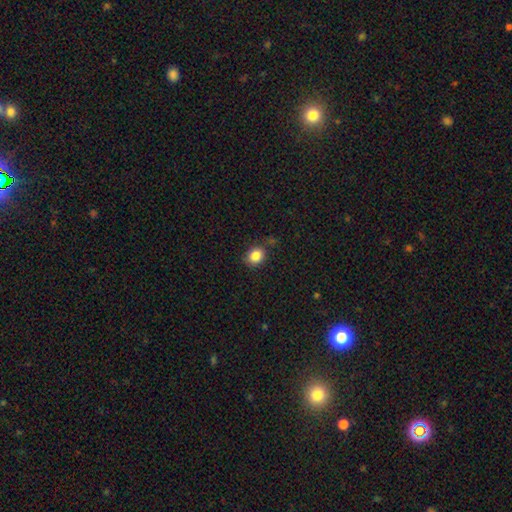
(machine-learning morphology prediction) Smooth or featured? smooth (85%)
How rounded? round (67%)
Merging? none (79%)